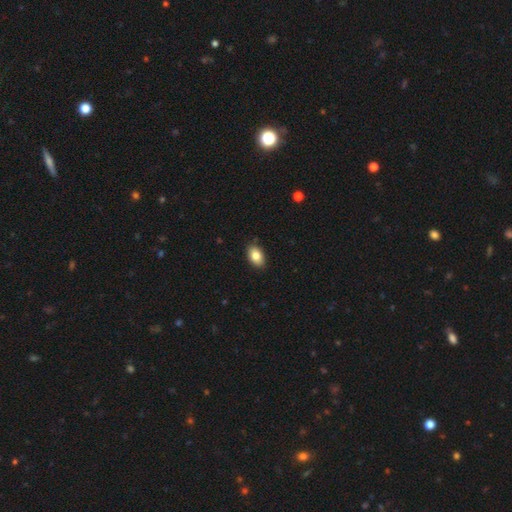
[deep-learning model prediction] Q: Smooth or featured?
A: smooth (84%); runner-up: featured or disk (9%)
Q: How rounded?
A: in between (90%); runner-up: round (9%)
Q: Merging?
A: none (86%); runner-up: minor disturbance (11%)